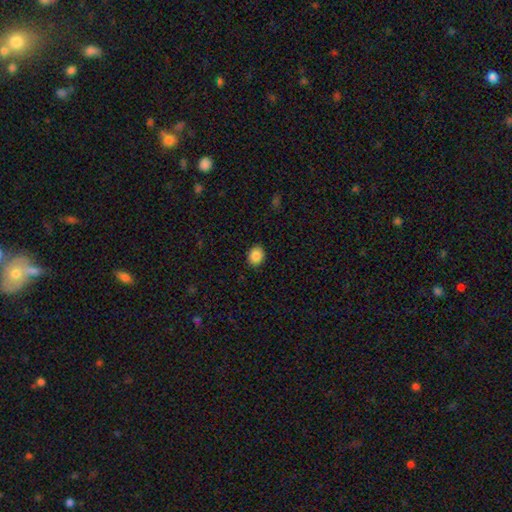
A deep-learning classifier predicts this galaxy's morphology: Smooth or featured?
  - smooth: 88% *
  - star or artifact: 8%
  - featured or disk: 4%
How rounded?
  - in between: 52% *
  - round: 47%
  - cigar-shaped: 1%
Merging?
  - none: 89% *
  - minor disturbance: 8%
  - major disturbance: 2%
  - merger: 1%